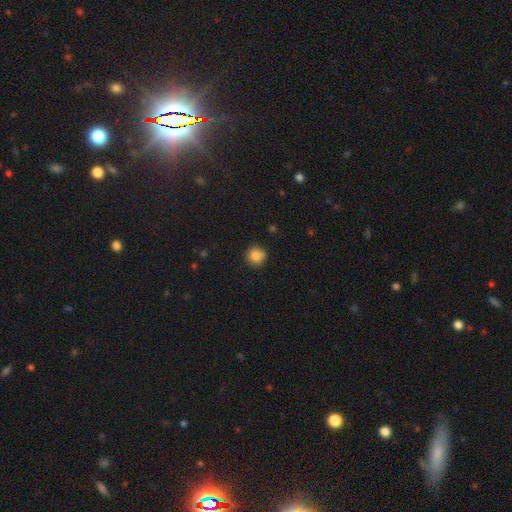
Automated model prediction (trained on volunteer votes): Smooth or featured? smooth (83%)
How rounded? round (93%)
Merging? none (85%)